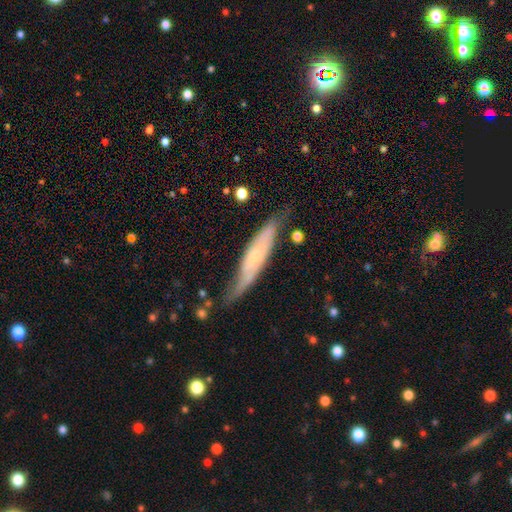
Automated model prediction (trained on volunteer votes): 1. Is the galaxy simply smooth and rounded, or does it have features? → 55% featured or disk, 38% smooth, 7% star or artifact.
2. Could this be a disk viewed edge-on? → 58% yes, 42% no.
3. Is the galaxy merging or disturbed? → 65% none, 26% minor disturbance, 6% major disturbance, 3% merger.